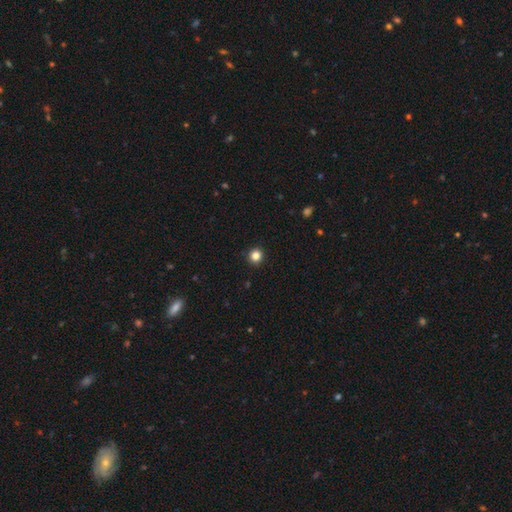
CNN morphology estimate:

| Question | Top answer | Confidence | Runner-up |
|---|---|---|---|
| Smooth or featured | smooth | 83% | star or artifact (12%) |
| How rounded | round | 94% | in between (5%) |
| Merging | none | 93% | minor disturbance (5%) |